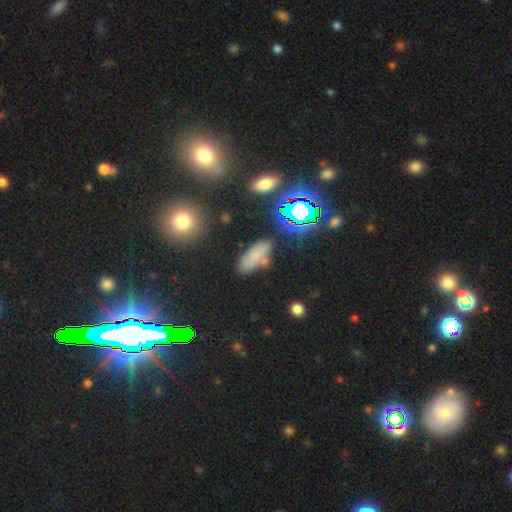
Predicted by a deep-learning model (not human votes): Smooth or featured? Predicted: smooth (p=0.68). How rounded? Predicted: in between (p=0.74). Merging? Predicted: none (p=0.72).